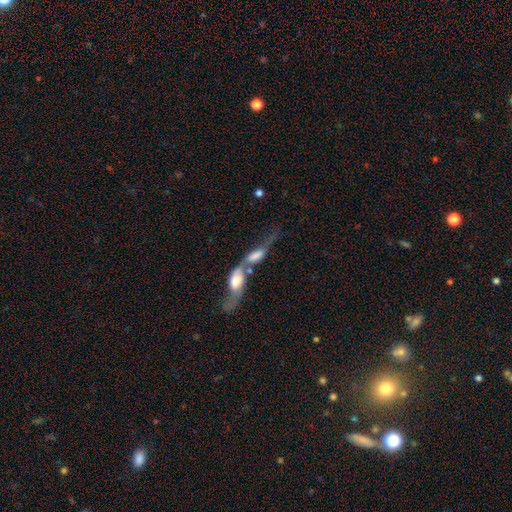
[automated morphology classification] The model was most divided on "smooth or featured": featured or disk: 48%, smooth: 43%, star or artifact: 8%. More confident: merging — merger (77%).